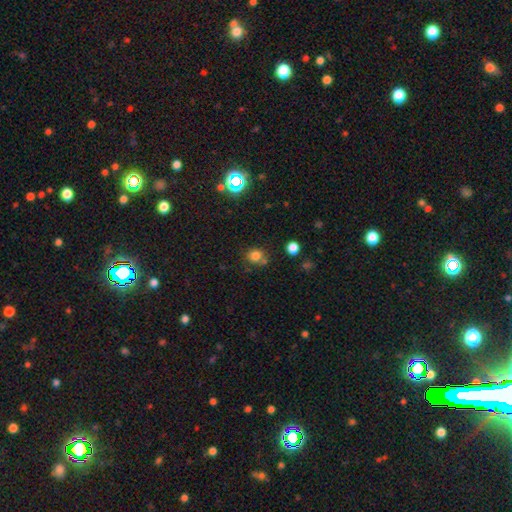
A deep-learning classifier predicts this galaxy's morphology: This appears to be a smooth galaxy with no disk features (77%) that is round (80%). Merging: none (65%).